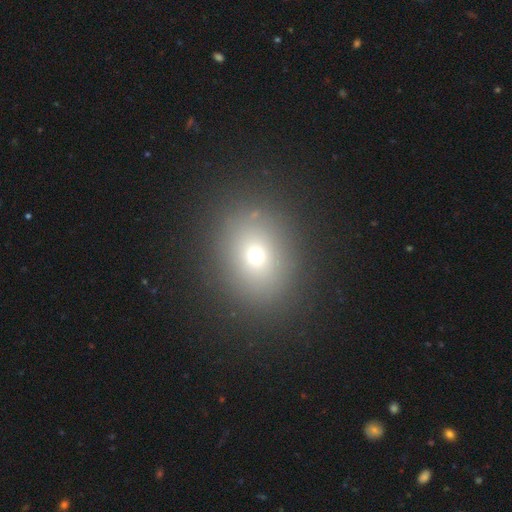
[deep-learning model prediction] This appears to be a smooth galaxy with no disk features (68%) that is round (55%). Merging: none (87%).